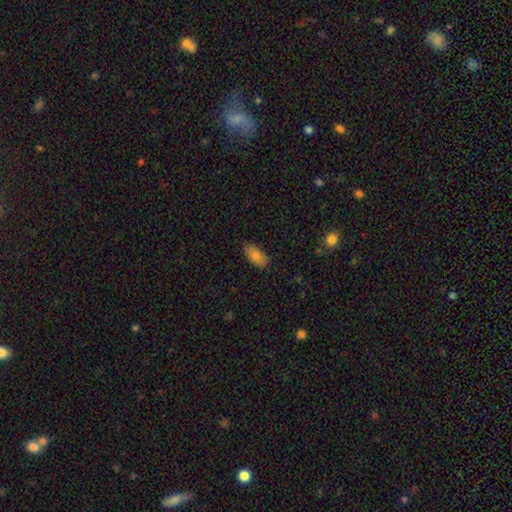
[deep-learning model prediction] This appears to be a smooth galaxy with no disk features (77%) that is in between round and cigar-shaped (91%). Merging: none (82%).